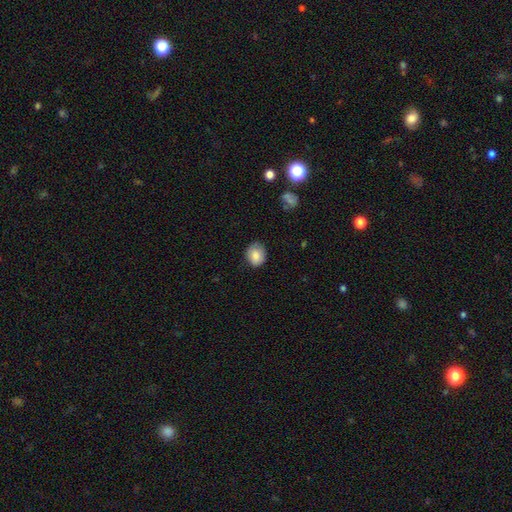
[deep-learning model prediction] smooth-or-featured: smooth: 83% | featured or disk: 9% | star or artifact: 8%
  how-rounded: round: 61% | in between: 38% | cigar-shaped: 1%
  merging: none: 74% | minor disturbance: 21% | major disturbance: 4% | merger: 1%